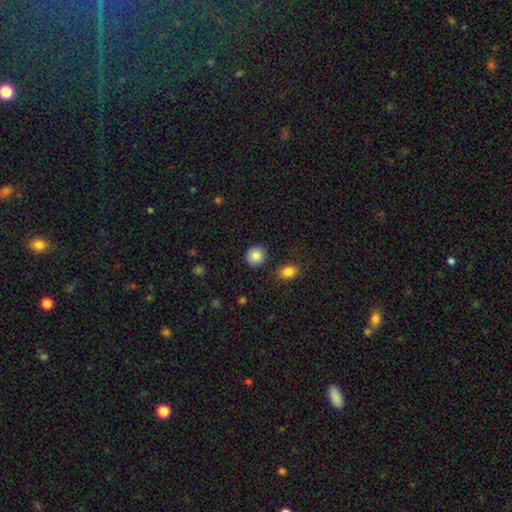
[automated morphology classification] The model was most divided on "how rounded": round: 86%, in between: 13%, cigar-shaped: 1%. More confident: merging — none (88%); smooth or featured — smooth (87%).